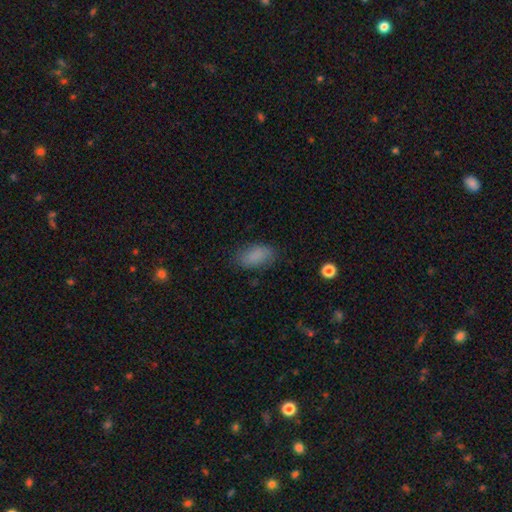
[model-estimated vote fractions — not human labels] smooth 85%, star or artifact 9%, featured or disk 7%. Down the decision tree: how rounded — in between (92%); merging — none (79%).